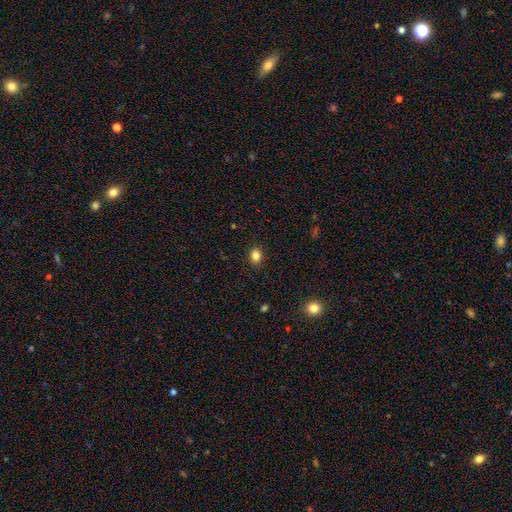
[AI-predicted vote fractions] This is clearly a smooth galaxy (84%). How rounded: possibly round (54%). Merging: clearly none (90%).